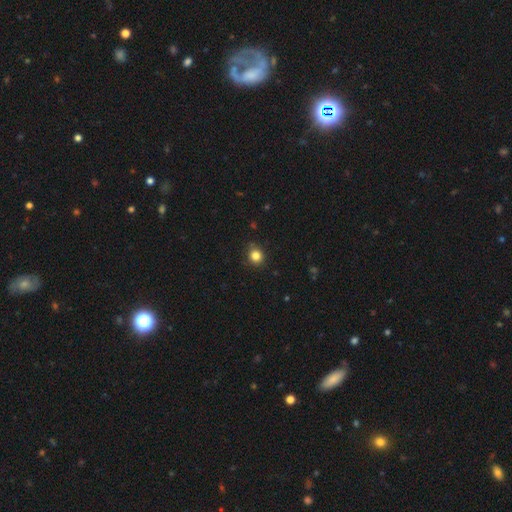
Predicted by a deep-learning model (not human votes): A smooth galaxy with no disk features (83%) that is round (88%).

Vote fractions:
- Smooth or featured? smooth: 83% / star or artifact: 12% / featured or disk: 5%
- How rounded? round: 88% / in between: 12% / cigar-shaped: 1%
- Merging? none: 86% / minor disturbance: 10% / major disturbance: 2% / merger: 1%